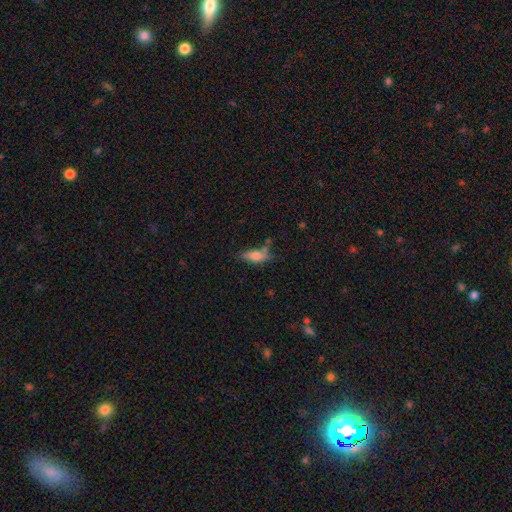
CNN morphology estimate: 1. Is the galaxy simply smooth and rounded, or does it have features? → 66% smooth, 25% featured or disk, 10% star or artifact.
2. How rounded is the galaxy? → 61% in between, 35% cigar-shaped, 4% round.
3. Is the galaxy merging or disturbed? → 51% none, 27% minor disturbance, 12% major disturbance, 11% merger.